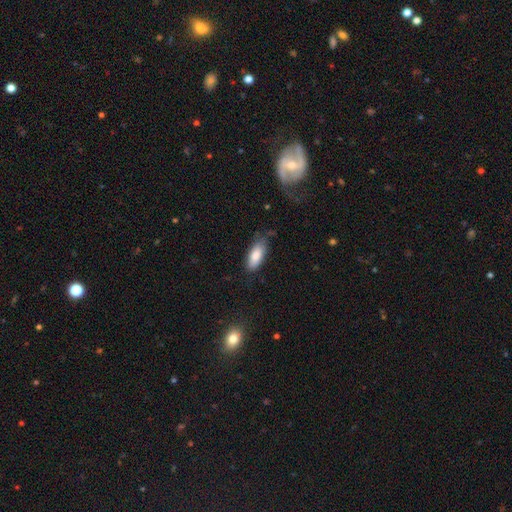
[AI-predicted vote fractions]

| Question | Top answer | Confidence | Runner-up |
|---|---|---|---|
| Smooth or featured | smooth | 83% | featured or disk (11%) |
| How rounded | in between | 80% | cigar-shaped (18%) |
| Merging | none | 69% | minor disturbance (24%) |